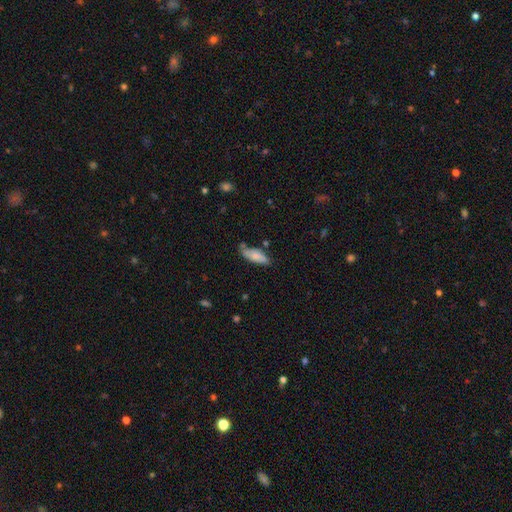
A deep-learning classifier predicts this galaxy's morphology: This is likely a smooth galaxy (68%). How rounded: likely in between (68%). Merging: likely none (61%).